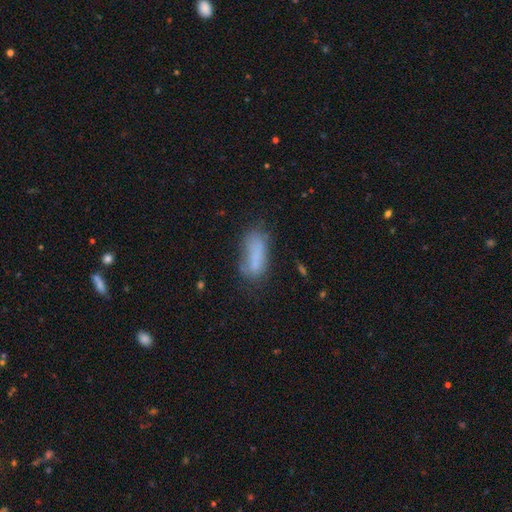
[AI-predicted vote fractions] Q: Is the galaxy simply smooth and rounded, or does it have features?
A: smooth — 72%.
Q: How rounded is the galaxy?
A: in between — 74%.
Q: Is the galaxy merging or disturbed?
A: none — 48%.